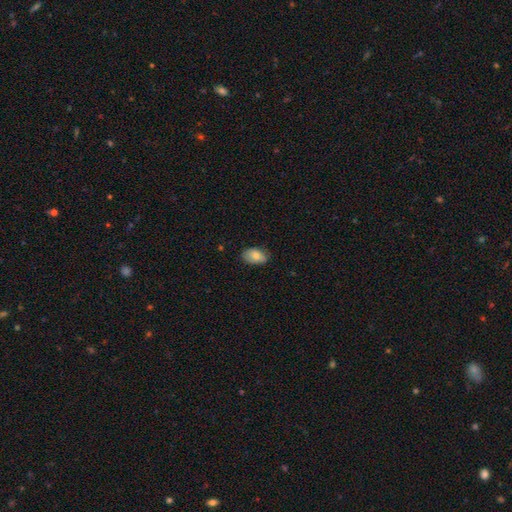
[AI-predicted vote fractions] Smooth or featured: smooth — 77% (featured or disk — 16%)
How rounded: in between — 91% (round — 7%)
Merging: none — 77% (minor disturbance — 19%)